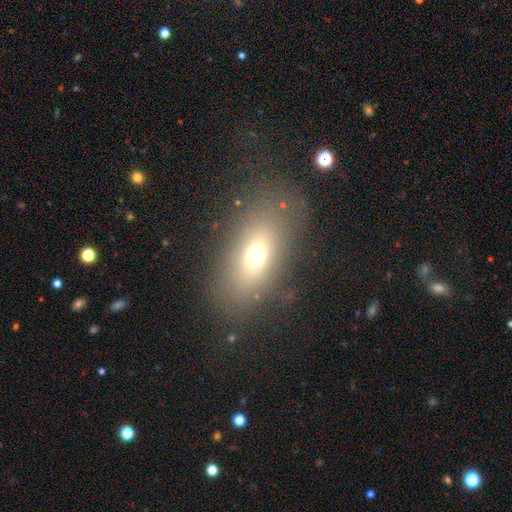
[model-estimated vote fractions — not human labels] A smooth galaxy with no disk features (66%) that is in between round and cigar-shaped (81%). Merging: none (75%).